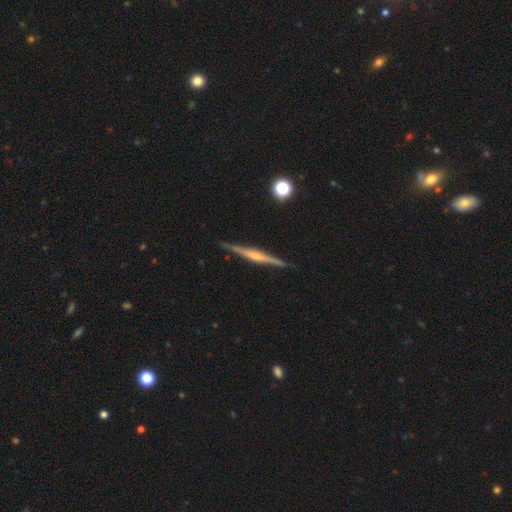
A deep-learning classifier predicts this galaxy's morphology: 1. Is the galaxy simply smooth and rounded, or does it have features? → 75% featured or disk, 20% smooth, 6% star or artifact.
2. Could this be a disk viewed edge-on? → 98% yes, 2% no.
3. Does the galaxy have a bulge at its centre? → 53% rounded, 25% boxy, 22% none.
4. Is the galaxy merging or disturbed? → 89% none, 8% minor disturbance, 2% major disturbance, 1% merger.